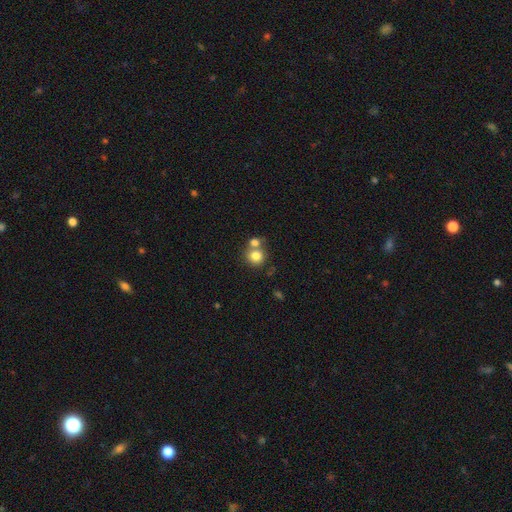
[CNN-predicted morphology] A smooth galaxy with no disk features (80%) that is round (86%). Merging: none (49%).